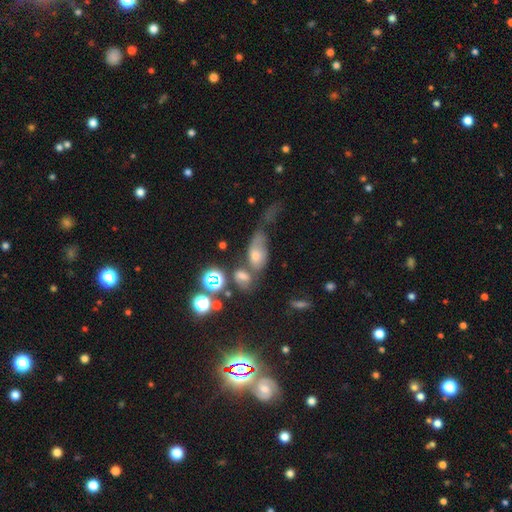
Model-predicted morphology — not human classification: A smooth galaxy with no disk features (48%).

Vote fractions:
- Smooth or featured? smooth: 48% / featured or disk: 27% / star or artifact: 25%
- Merging? merger: 36% / none: 26% / major disturbance: 21% / minor disturbance: 17%